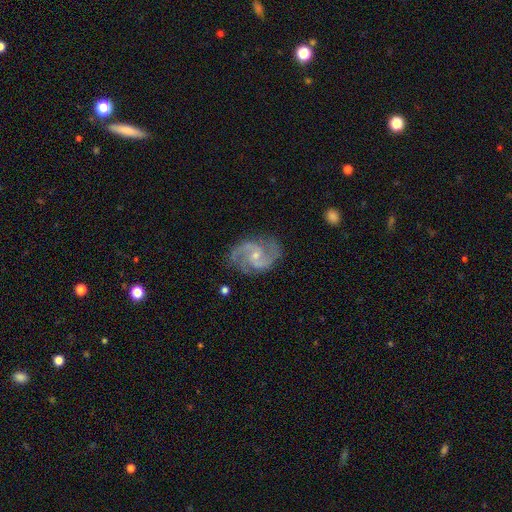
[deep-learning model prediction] The model was most divided on "bar": no: 52%, weak: 40%, strong: 8%. More confident: spiral arms — yes (98%); edge-on disk — no (98%); smooth or featured — featured or disk (91%); spiral arm count — 2 (80%); merging — none (77%); bulge size — small (64%); spiral winding — medium (61%).